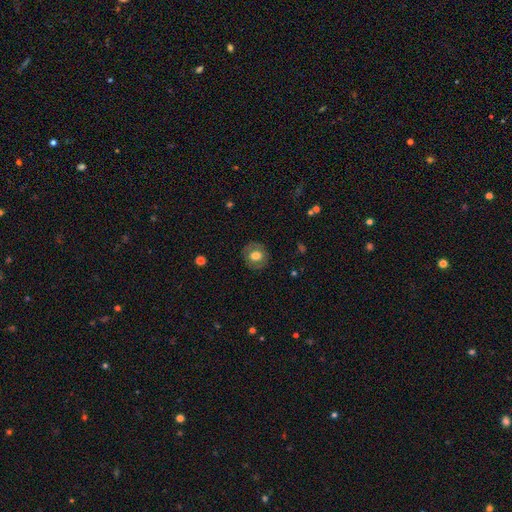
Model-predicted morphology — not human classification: Smooth or featured: smooth — 65% (featured or disk — 27%)
How rounded: round — 79% (in between — 20%)
Merging: none — 85% (minor disturbance — 10%)